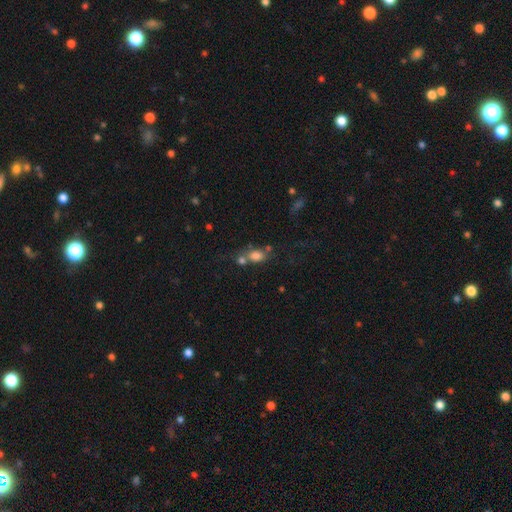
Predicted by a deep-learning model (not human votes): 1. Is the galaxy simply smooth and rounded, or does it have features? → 76% smooth, 12% star or artifact, 11% featured or disk.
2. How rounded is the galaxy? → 71% in between, 25% round, 4% cigar-shaped.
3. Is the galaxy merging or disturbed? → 41% none, 39% merger, 13% minor disturbance, 8% major disturbance.